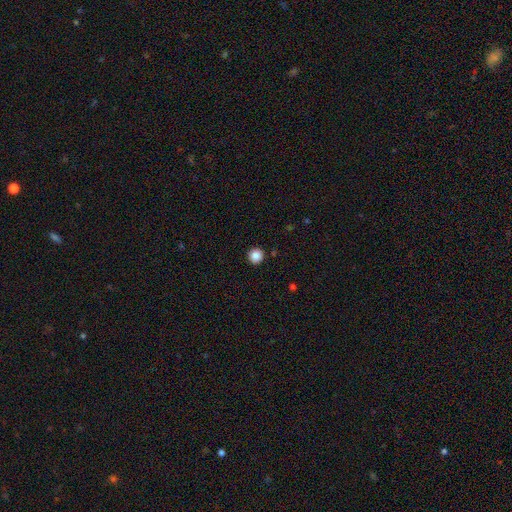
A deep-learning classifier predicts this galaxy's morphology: Smooth or featured?
  - smooth: 87% *
  - star or artifact: 10%
  - featured or disk: 3%
How rounded?
  - round: 96% *
  - in between: 3%
  - cigar-shaped: 1%
Merging?
  - none: 93% *
  - minor disturbance: 4%
  - major disturbance: 2%
  - merger: 1%